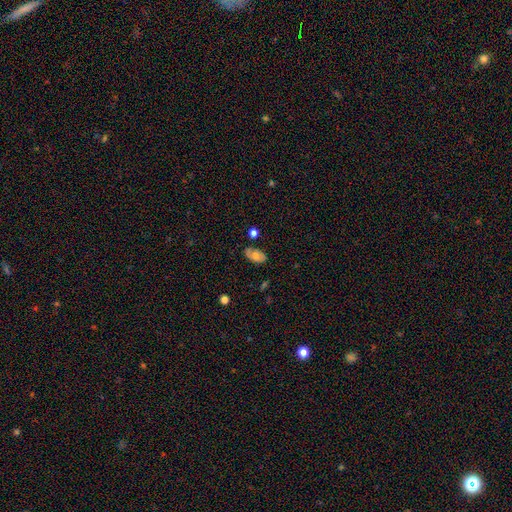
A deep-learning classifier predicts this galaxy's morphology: smooth_or_featured: smooth (p=0.58) [alt: featured or disk p=0.34]
how_rounded: in between (p=0.91) [alt: round p=0.07]
merging: none (p=0.76) [alt: minor disturbance p=0.18]